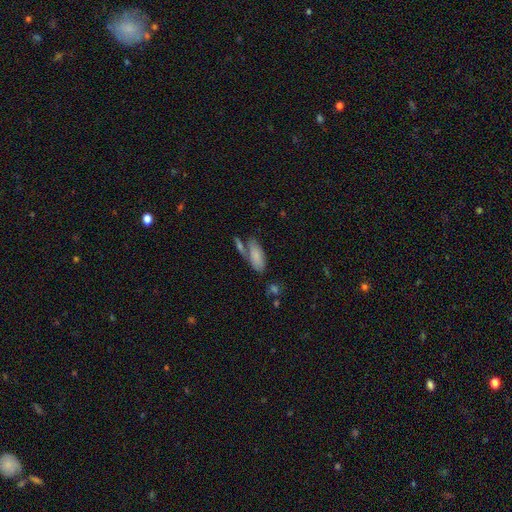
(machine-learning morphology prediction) A smooth galaxy with no disk features (81%) that is in between round and cigar-shaped (83%).

Vote fractions:
- Smooth or featured? smooth: 81% / featured or disk: 12% / star or artifact: 7%
- How rounded? in between: 83% / cigar-shaped: 15% / round: 2%
- Merging? none: 51% / merger: 26% / minor disturbance: 17% / major disturbance: 6%